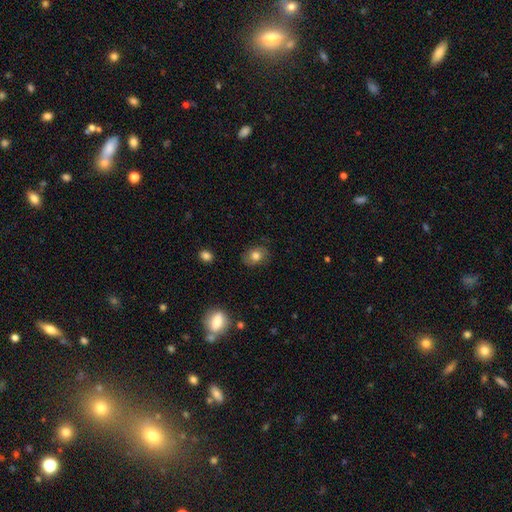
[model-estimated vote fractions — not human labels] Smooth or featured: smooth — 74% (featured or disk — 16%)
How rounded: in between — 54% (round — 45%)
Merging: none — 80% (minor disturbance — 14%)